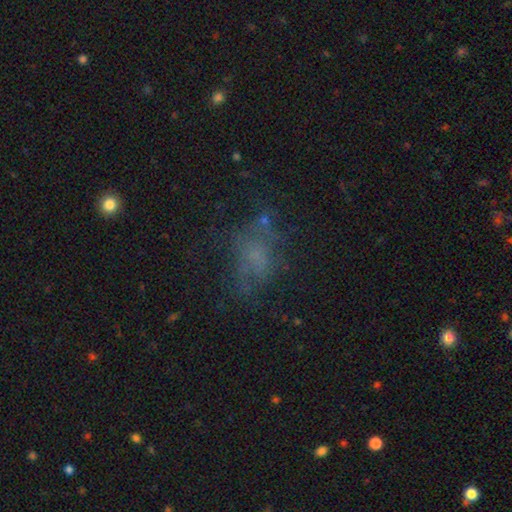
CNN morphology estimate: Smooth or featured: smooth — 46% (featured or disk — 29%)
Merging: none — 50% (major disturbance — 24%)